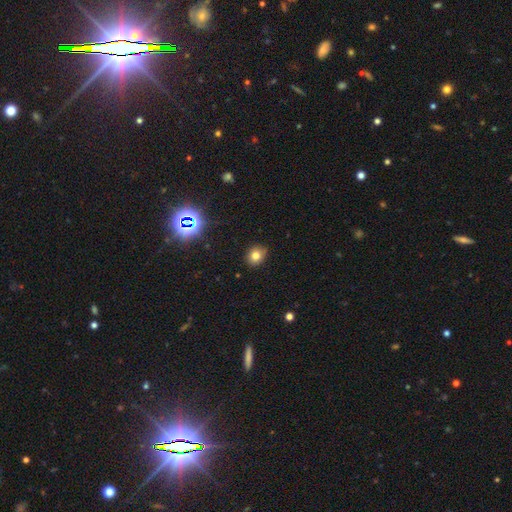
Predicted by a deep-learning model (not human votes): smooth-or-featured: smooth: 75% | star or artifact: 16% | featured or disk: 8%
  how-rounded: round: 67% | in between: 32% | cigar-shaped: 1%
  merging: none: 85% | minor disturbance: 11% | major disturbance: 2% | merger: 1%